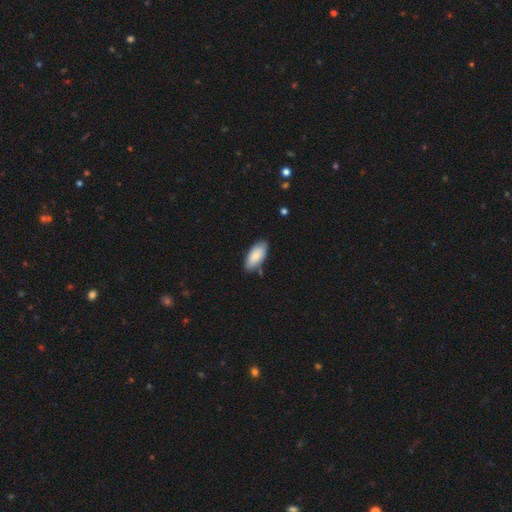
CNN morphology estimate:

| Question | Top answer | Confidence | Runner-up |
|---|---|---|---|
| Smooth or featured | smooth | 83% | featured or disk (12%) |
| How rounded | in between | 90% | cigar-shaped (8%) |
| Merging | none | 78% | minor disturbance (17%) |